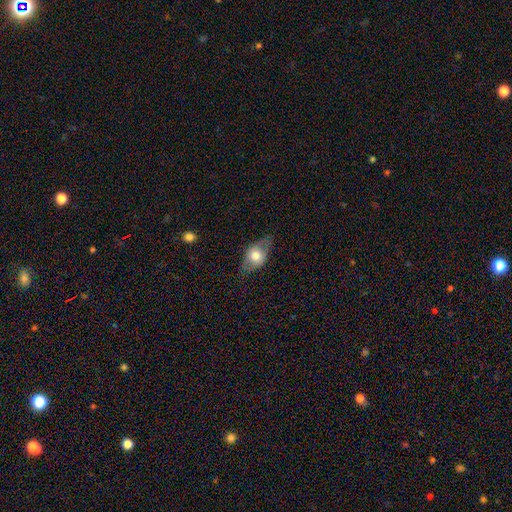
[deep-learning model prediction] smooth_or_featured: smooth (p=0.58) [alt: featured or disk p=0.35]
how_rounded: in between (p=0.75) [alt: round p=0.21]
merging: none (p=0.67) [alt: minor disturbance p=0.24]